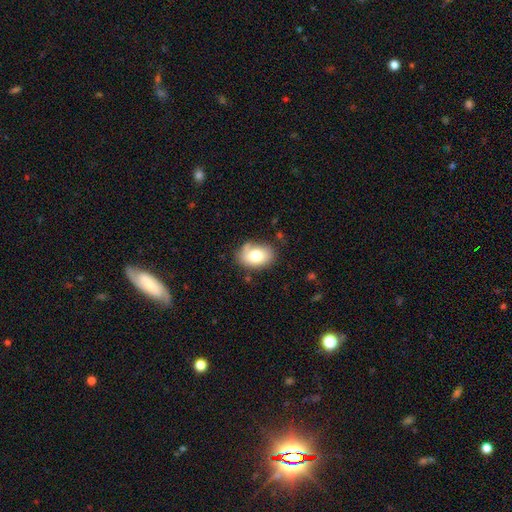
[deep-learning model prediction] smooth_or_featured: smooth (p=0.74) [alt: featured or disk p=0.18]
how_rounded: in between (p=0.79) [alt: round p=0.20]
merging: none (p=0.68) [alt: minor disturbance p=0.22]